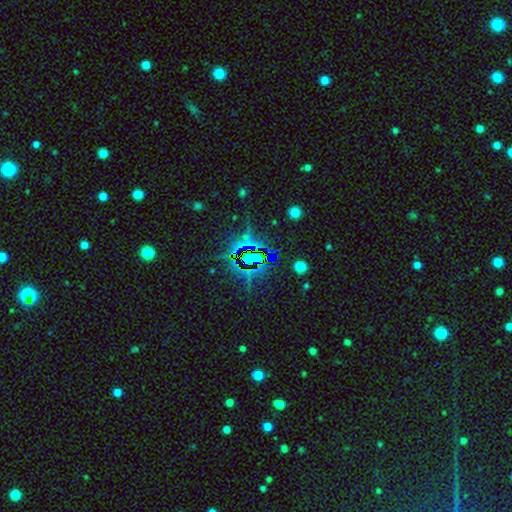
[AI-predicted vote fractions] A star or artifact, not a galaxy (76%).

Vote fractions:
- Smooth or featured? star or artifact: 76% / smooth: 12% / featured or disk: 12%